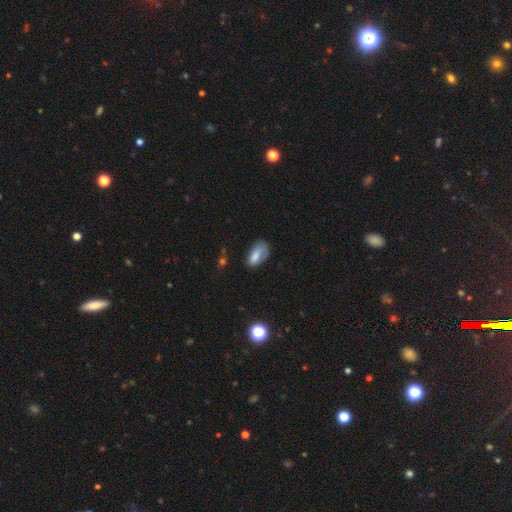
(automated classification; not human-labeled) Overall: smooth (72%). How rounded: in between (90%). Merging: none (48%; minor disturbance 30%).